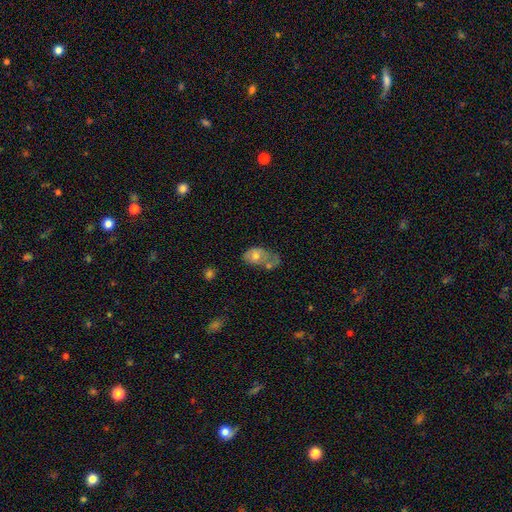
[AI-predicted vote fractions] Overall: smooth (60%; featured or disk 33%). How rounded: in between (82%). Merging: merger (32%; major disturbance 24%).